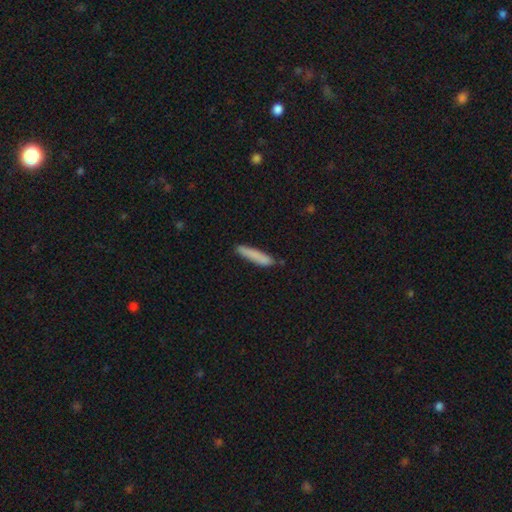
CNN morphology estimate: Smooth or featured? Predicted: smooth (p=0.82). How rounded? Predicted: cigar-shaped (p=0.91). Merging? Predicted: none (p=0.81).